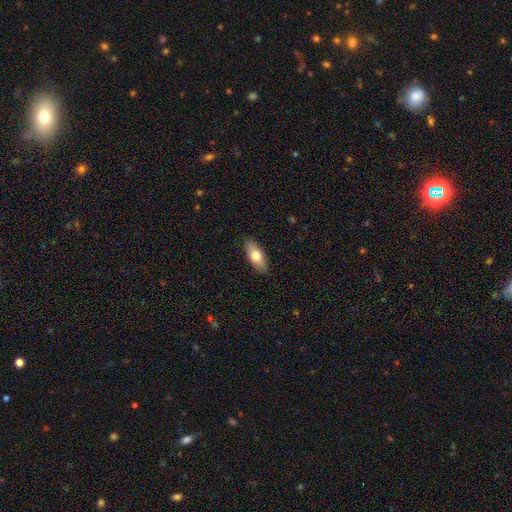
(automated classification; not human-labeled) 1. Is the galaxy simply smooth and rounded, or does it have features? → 68% smooth, 26% featured or disk, 6% star or artifact.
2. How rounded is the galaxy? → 78% in between, 19% cigar-shaped, 3% round.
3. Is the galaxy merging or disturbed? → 88% none, 9% minor disturbance, 2% major disturbance, 1% merger.